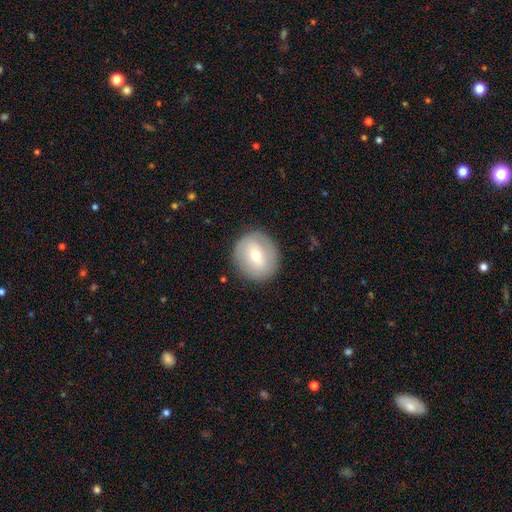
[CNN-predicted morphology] Overall: smooth (55%; featured or disk 37%). How rounded: round (80%). Merging: none (86%).